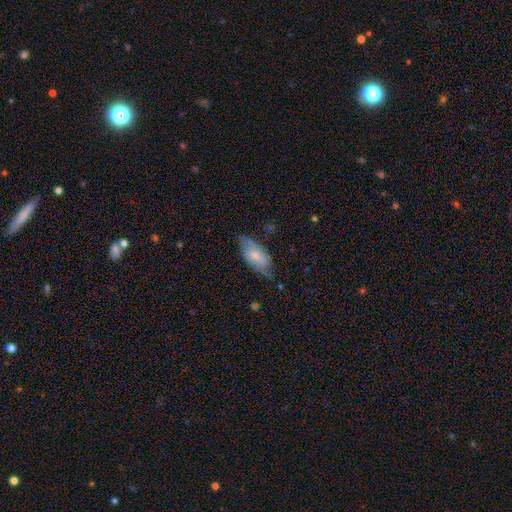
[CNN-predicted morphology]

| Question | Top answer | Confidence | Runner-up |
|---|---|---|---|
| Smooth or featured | featured or disk | 48% | smooth (46%) |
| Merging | none | 62% | minor disturbance (28%) |